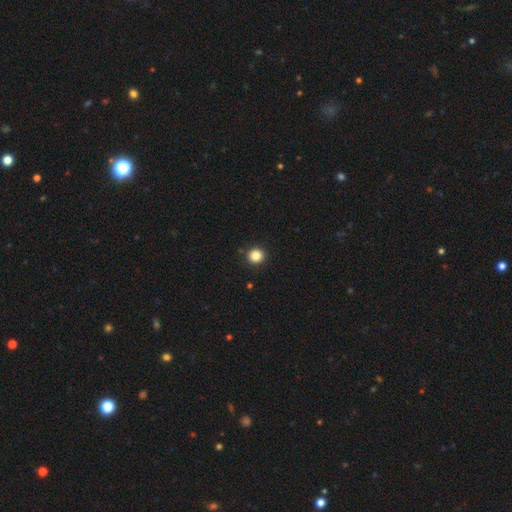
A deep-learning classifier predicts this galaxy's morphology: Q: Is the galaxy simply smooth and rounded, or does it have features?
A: smooth — 84%.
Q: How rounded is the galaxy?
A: round — 93%.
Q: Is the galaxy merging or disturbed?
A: none — 91%.